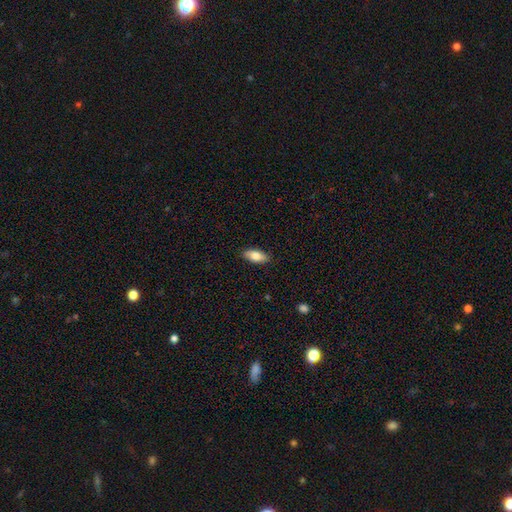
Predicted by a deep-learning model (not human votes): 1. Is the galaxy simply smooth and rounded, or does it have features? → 81% smooth, 13% featured or disk, 6% star or artifact.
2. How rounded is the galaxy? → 86% in between, 11% cigar-shaped, 3% round.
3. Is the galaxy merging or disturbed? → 88% none, 9% minor disturbance, 2% major disturbance, 1% merger.